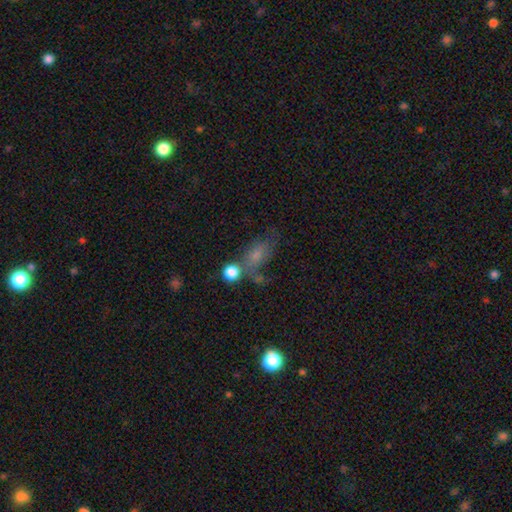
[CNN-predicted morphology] A smooth galaxy with no disk features (58%) that is in between round and cigar-shaped (74%).

Vote fractions:
- Smooth or featured? smooth: 58% / featured or disk: 24% / star or artifact: 18%
- How rounded? in between: 74% / round: 20% / cigar-shaped: 6%
- Merging? none: 41% / minor disturbance: 22% / major disturbance: 20% / merger: 18%